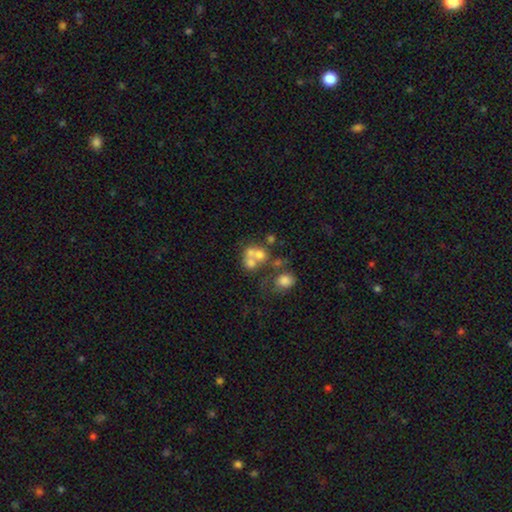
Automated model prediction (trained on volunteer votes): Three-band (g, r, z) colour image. It shows a smooth galaxy with no disk features (54%) that is round (67%). Merging: merger (56%).